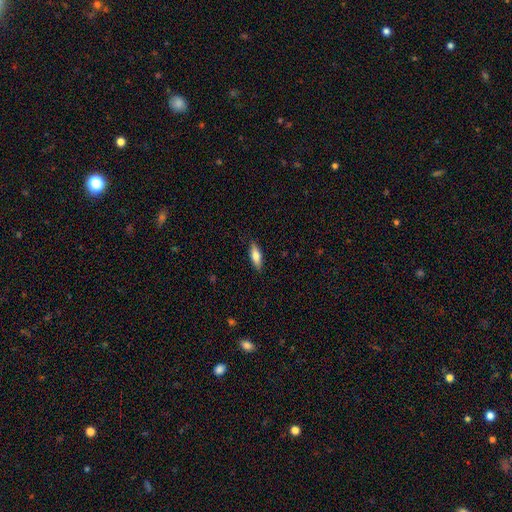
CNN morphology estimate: Overall: smooth (77%). How rounded: in between (63%; cigar-shaped 35%). Merging: none (87%).